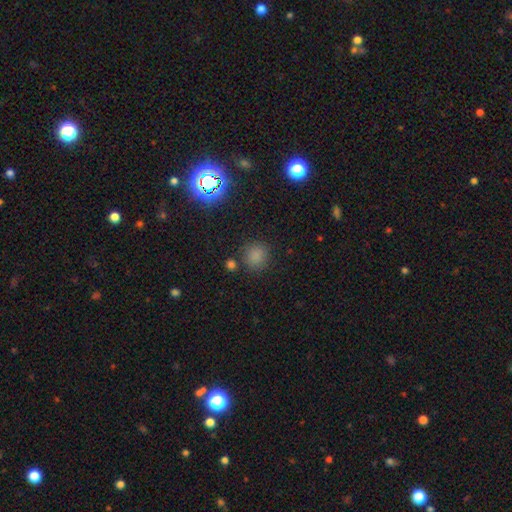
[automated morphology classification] This appears to be a smooth galaxy with no disk features (78%) that is round (85%). Merging: none (80%).